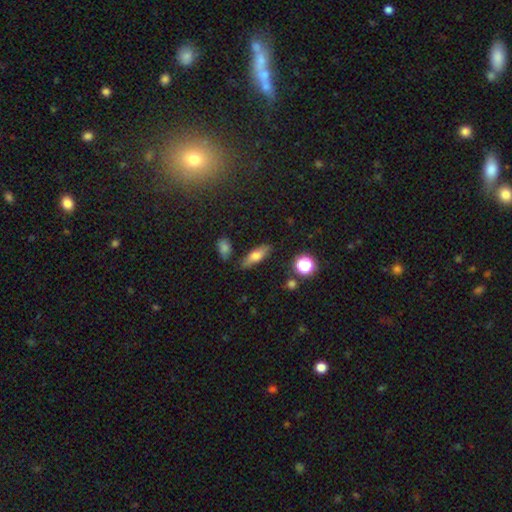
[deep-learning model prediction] Smooth or featured? Predicted: smooth (p=0.64). How rounded? Predicted: in between (p=0.54). Merging? Predicted: none (p=0.81).